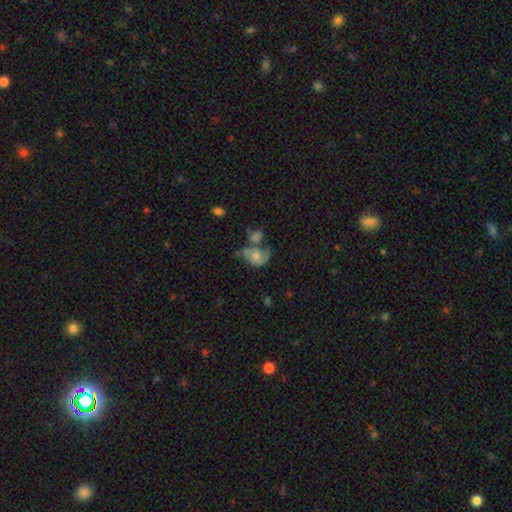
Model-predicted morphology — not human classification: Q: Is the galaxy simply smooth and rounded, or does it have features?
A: featured or disk — 54%.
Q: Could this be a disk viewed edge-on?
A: no — 97%.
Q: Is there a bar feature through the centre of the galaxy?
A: no — 77%.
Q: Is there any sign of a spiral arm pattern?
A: yes — 77%.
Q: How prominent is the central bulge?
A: moderate — 53%.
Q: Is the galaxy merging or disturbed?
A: merger — 34%.